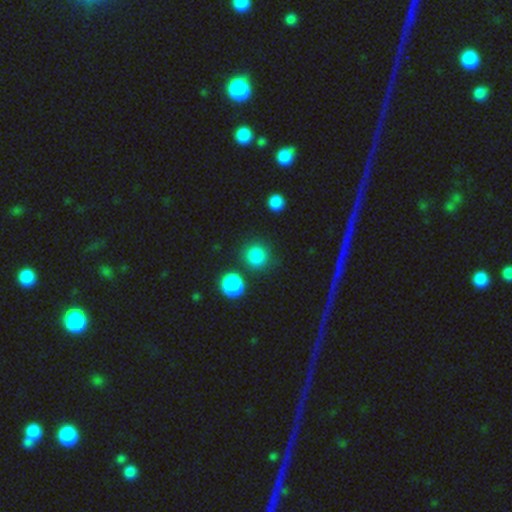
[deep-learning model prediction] Smooth or featured?
  - smooth: 85% *
  - star or artifact: 11%
  - featured or disk: 4%
How rounded?
  - round: 89% *
  - in between: 10%
  - cigar-shaped: 1%
Merging?
  - none: 81% *
  - minor disturbance: 9%
  - merger: 7%
  - major disturbance: 4%